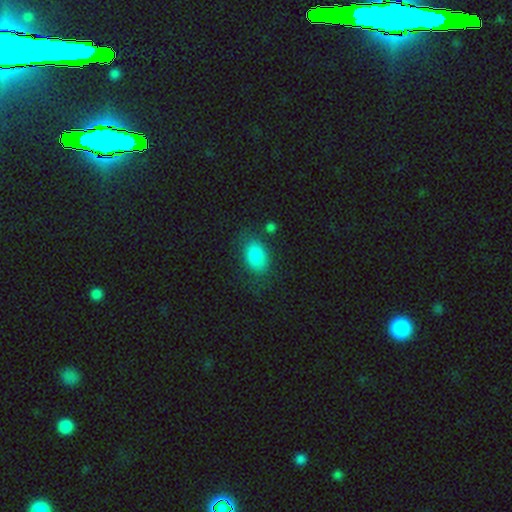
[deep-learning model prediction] Smooth or featured? smooth (85%)
How rounded? in between (87%)
Merging? none (71%)